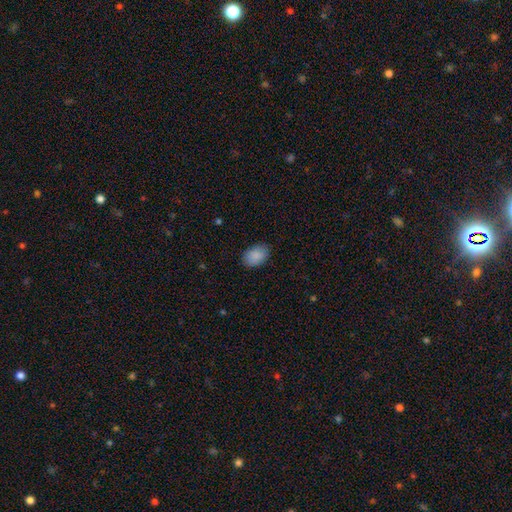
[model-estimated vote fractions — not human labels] Smooth or featured? smooth (88%)
How rounded? in between (83%)
Merging? none (84%)